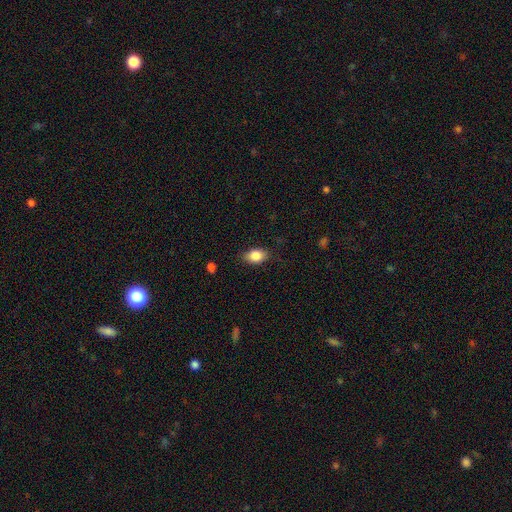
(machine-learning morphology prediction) A smooth galaxy with no disk features (85%) that is in between round and cigar-shaped (82%). Merging: none (80%).